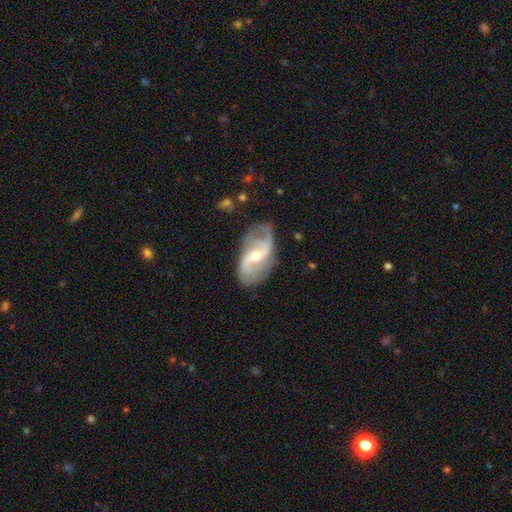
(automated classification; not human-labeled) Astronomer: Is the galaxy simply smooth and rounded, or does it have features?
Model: featured or disk — 87%.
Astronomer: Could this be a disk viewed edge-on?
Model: no — 96%.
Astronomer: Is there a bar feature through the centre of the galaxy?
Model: weak — 47% (runner-up: strong, 29%).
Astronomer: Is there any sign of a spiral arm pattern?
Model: yes — 95%.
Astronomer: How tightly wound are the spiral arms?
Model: loose — 60%.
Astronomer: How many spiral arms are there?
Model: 2 — 86%.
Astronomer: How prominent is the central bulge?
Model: small — 53% (runner-up: moderate, 43%).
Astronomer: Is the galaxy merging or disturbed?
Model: none — 73%.